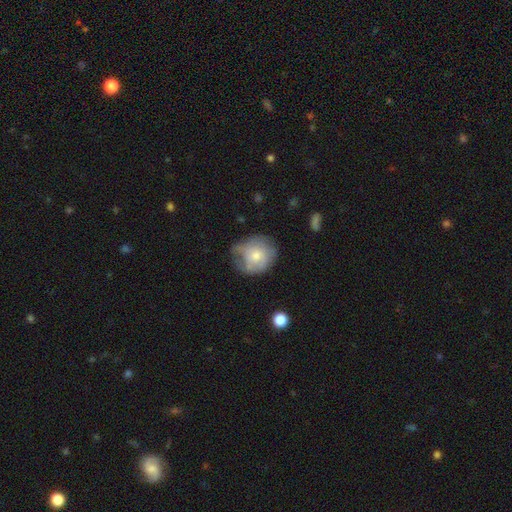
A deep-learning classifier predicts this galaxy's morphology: smooth-or-featured: smooth: 61% | featured or disk: 32% | star or artifact: 7%
  how-rounded: round: 73% | in between: 26% | cigar-shaped: 1%
  merging: none: 41% | minor disturbance: 37% | major disturbance: 19% | merger: 3%